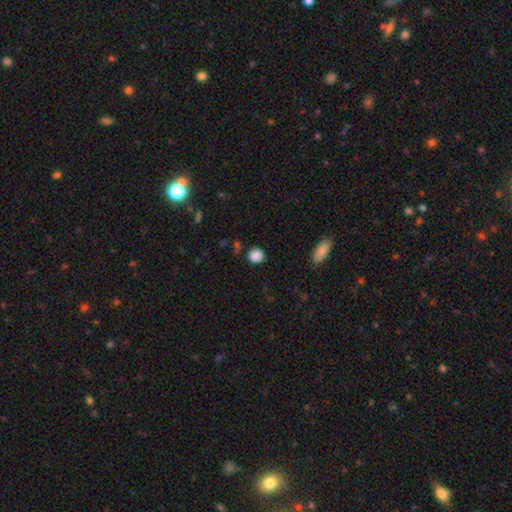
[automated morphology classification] The model was most divided on "how rounded": round: 73%, in between: 26%, cigar-shaped: 1%. More confident: smooth or featured — smooth (87%); merging — none (83%).